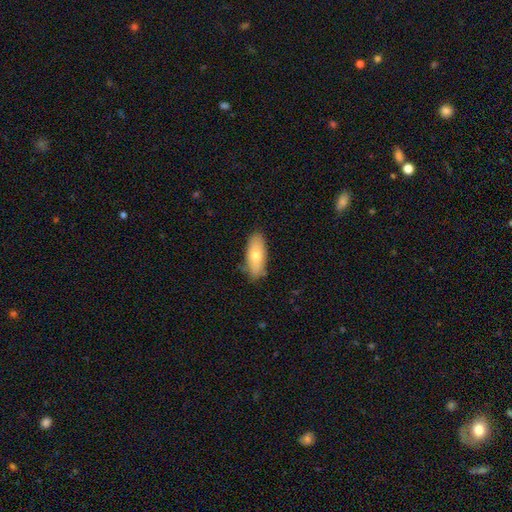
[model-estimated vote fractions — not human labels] This appears to be a smooth galaxy with no disk features (69%) that is in between round and cigar-shaped (78%). Merging: none (81%).